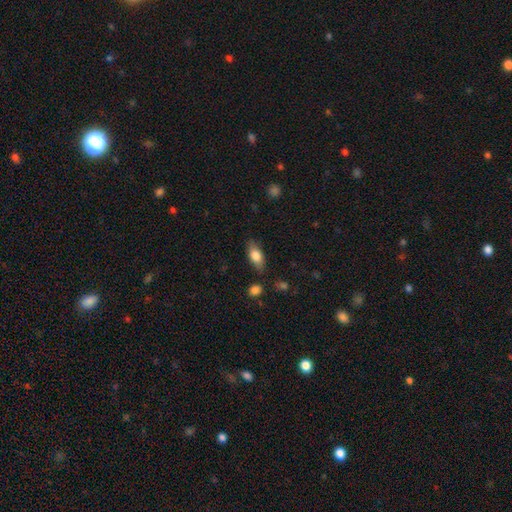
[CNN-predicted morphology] smooth_or_featured: smooth (p=0.77) [alt: featured or disk p=0.16]
how_rounded: in between (p=0.85) [alt: cigar-shaped p=0.11]
merging: none (p=0.79) [alt: minor disturbance p=0.15]